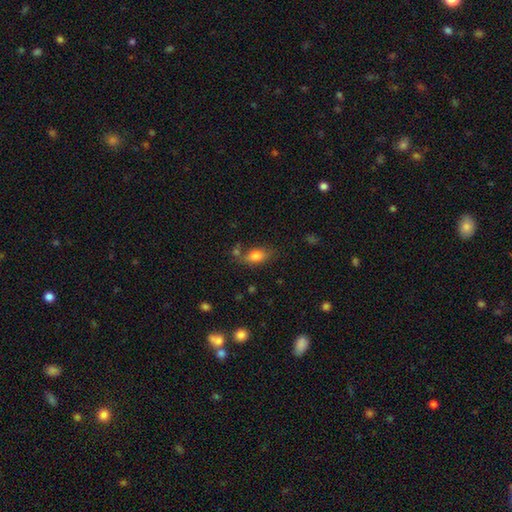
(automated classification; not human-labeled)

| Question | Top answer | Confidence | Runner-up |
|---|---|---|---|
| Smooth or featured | smooth | 79% | featured or disk (12%) |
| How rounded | in between | 84% | round (9%) |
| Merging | none | 63% | minor disturbance (19%) |